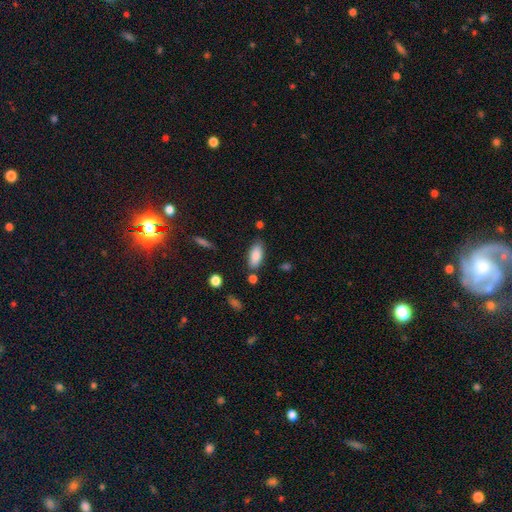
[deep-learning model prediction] Overall: smooth (85%). How rounded: in between (88%). Merging: none (77%).